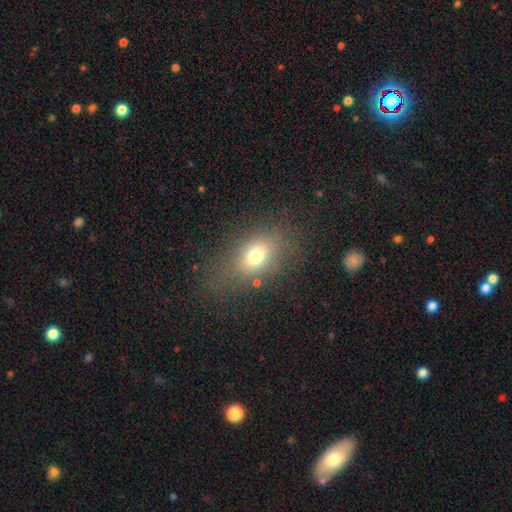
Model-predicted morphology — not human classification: Smooth or featured? smooth (71%)
How rounded? in between (71%)
Merging? none (70%)